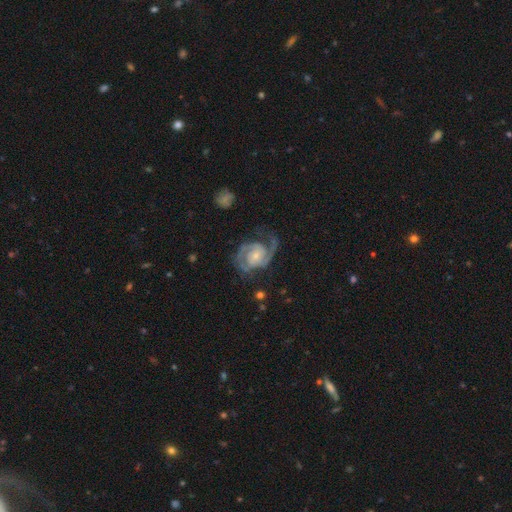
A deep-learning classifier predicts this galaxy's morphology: Smooth or featured?
  - featured or disk: 89% *
  - smooth: 6%
  - star or artifact: 4%
Edge-on disk?
  - no: 98% *
  - yes: 2%
Bar?
  - no: 62% *
  - weak: 30%
  - strong: 8%
Spiral arms?
  - yes: 97% *
  - no: 3%
Spiral winding?
  - medium: 51% *
  - tight: 34%
  - loose: 15%
Spiral arm count?
  - 2: 82% *
  - 3: 6%
  - can't tell: 5%
  - 1: 4%
  - 4: 2%
  - more than 4: 2%
Bulge size?
  - small: 66% *
  - moderate: 26%
  - none: 4%
  - large: 3%
  - dominant: 1%
Merging?
  - none: 60% *
  - minor disturbance: 20%
  - major disturbance: 18%
  - merger: 2%